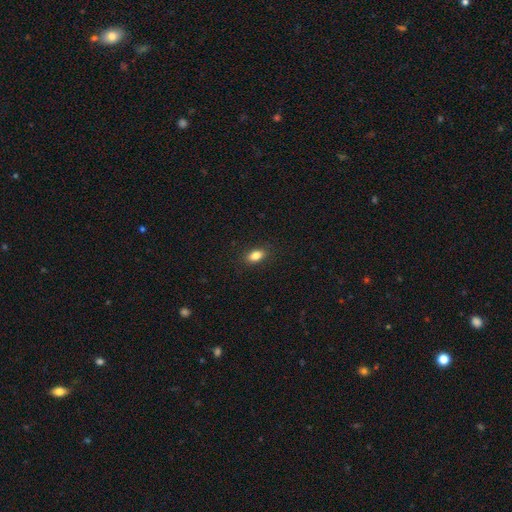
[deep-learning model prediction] smooth-or-featured: smooth: 84% | star or artifact: 9% | featured or disk: 7%
  how-rounded: in between: 86% | round: 10% | cigar-shaped: 3%
  merging: none: 89% | minor disturbance: 8% | major disturbance: 2% | merger: 1%